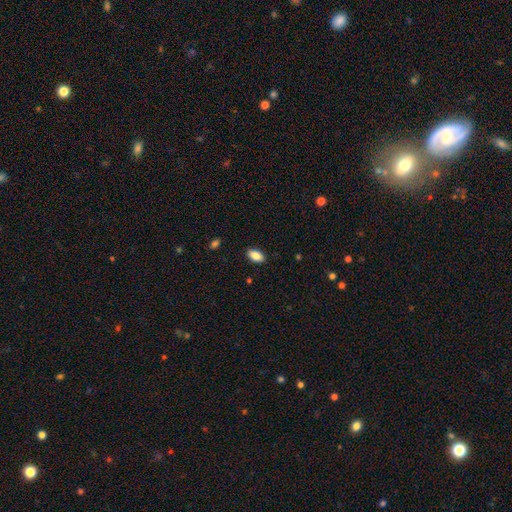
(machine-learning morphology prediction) Smooth or featured?
  - smooth: 87% *
  - star or artifact: 7%
  - featured or disk: 5%
How rounded?
  - in between: 93% *
  - round: 4%
  - cigar-shaped: 3%
Merging?
  - none: 89% *
  - minor disturbance: 8%
  - major disturbance: 2%
  - merger: 1%